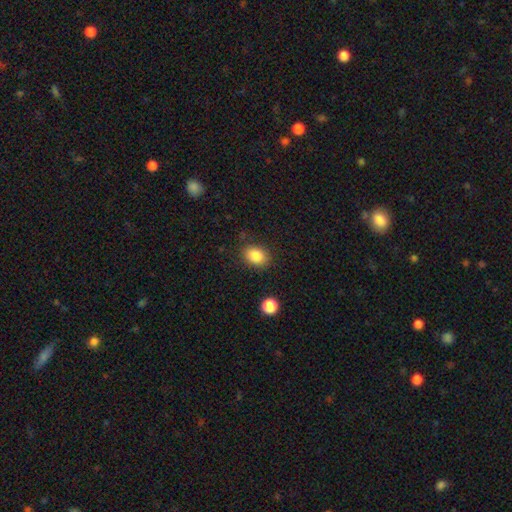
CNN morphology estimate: A smooth galaxy with no disk features (85%) that is in between round and cigar-shaped (65%).

Vote fractions:
- Smooth or featured? smooth: 85% / star or artifact: 9% / featured or disk: 6%
- How rounded? in between: 65% / round: 34% / cigar-shaped: 1%
- Merging? none: 84% / minor disturbance: 11% / major disturbance: 3% / merger: 2%